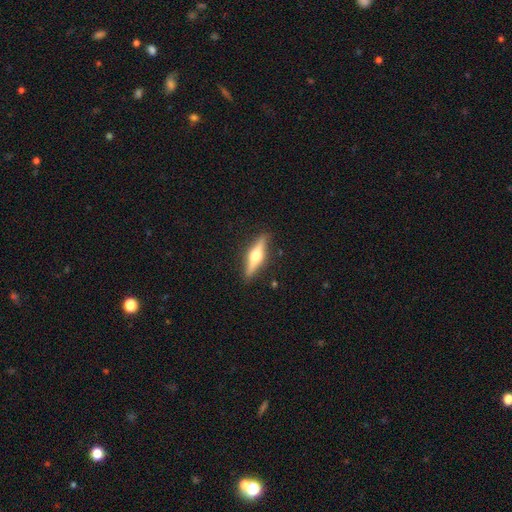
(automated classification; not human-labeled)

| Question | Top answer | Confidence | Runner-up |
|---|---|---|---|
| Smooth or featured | featured or disk | 69% | smooth (26%) |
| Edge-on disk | yes | 97% | no (3%) |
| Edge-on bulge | rounded | 95% | boxy (3%) |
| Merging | none | 89% | minor disturbance (8%) |